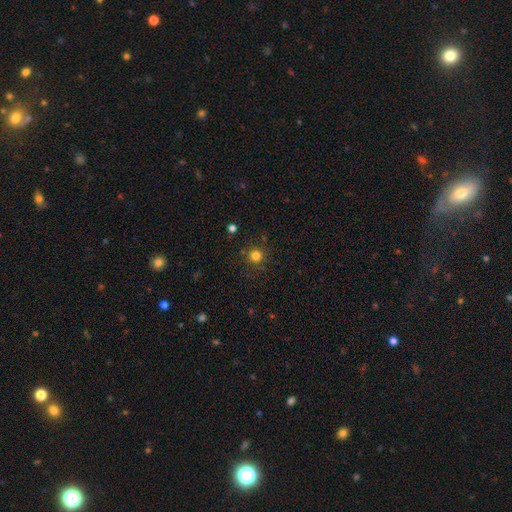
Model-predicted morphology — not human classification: type=smooth (80%); roundness=round (95%); merging=none (88%).